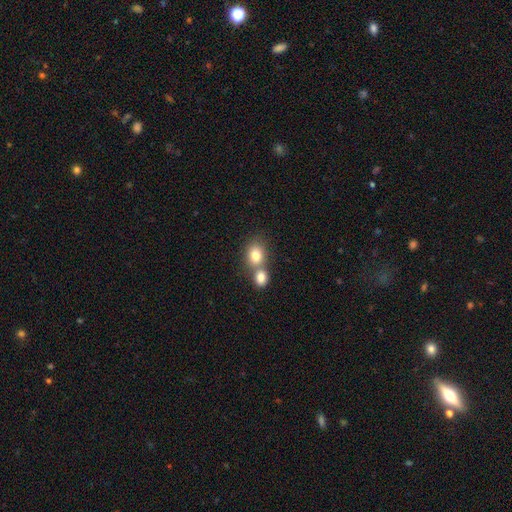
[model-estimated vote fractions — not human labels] The model was most divided on "how rounded": round: 53%, in between: 46%, cigar-shaped: 1%. More confident: smooth or featured — smooth (80%); merging — merger (55%).